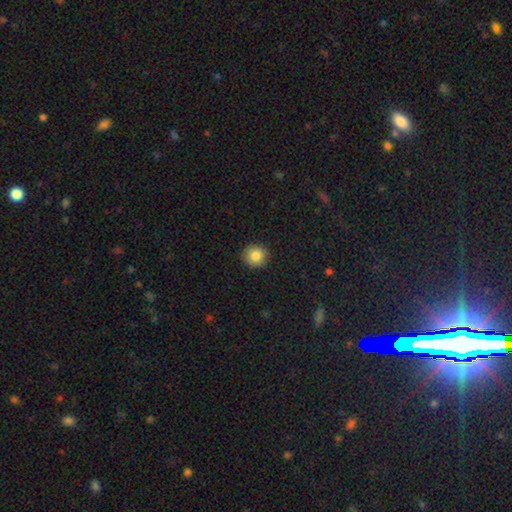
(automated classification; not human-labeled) Morphology: type=smooth (84%); roundness=round (92%); merging=none (91%).